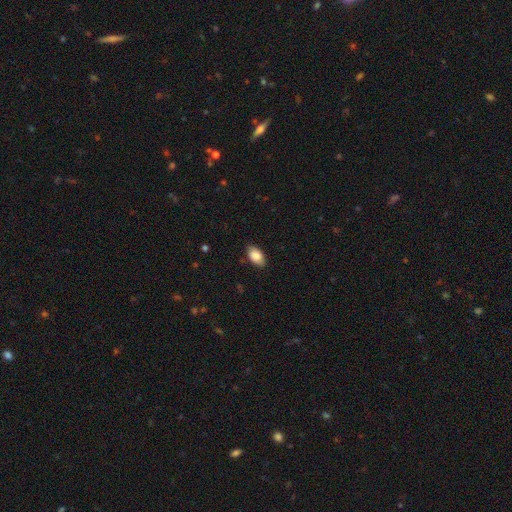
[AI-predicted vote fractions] Smooth or featured? smooth (86%)
How rounded? in between (93%)
Merging? none (85%)